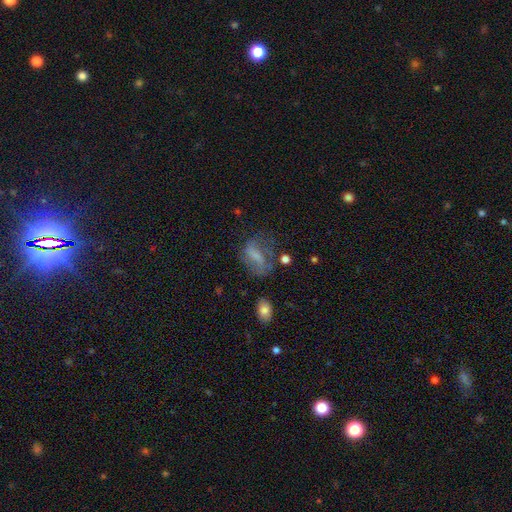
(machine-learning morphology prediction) The model was most divided on "smooth or featured": smooth: 47%, featured or disk: 40%, star or artifact: 13%. Remaining: merging — none (40%).